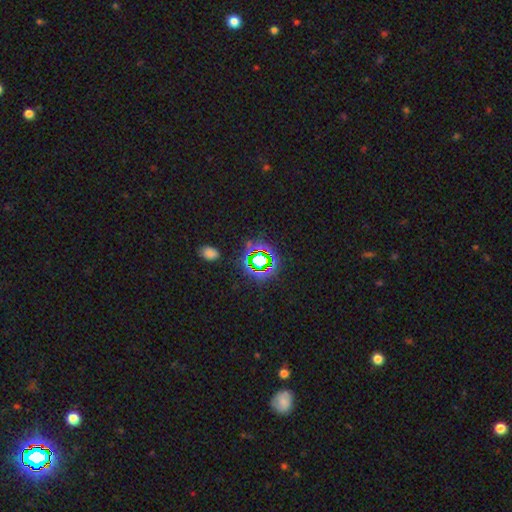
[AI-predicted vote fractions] Q: Smooth or featured?
A: star or artifact (70%); runner-up: smooth (20%)